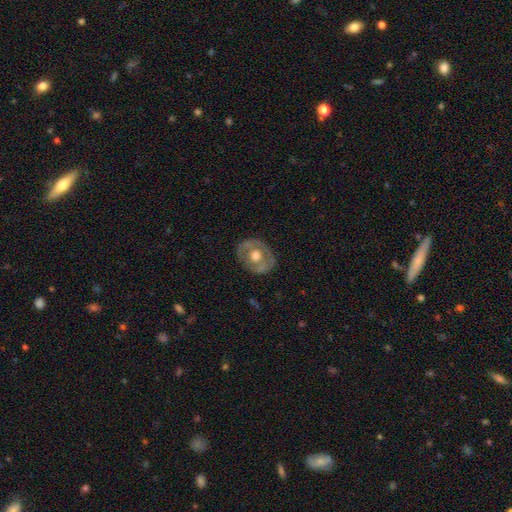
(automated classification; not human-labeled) featured or disk 57%, smooth 37%, star or artifact 6%. Down the decision tree: edge-on disk — no (94%); bar — no (85%); spiral arms — no (82%); bulge size — moderate (60%); merging — none (78%).